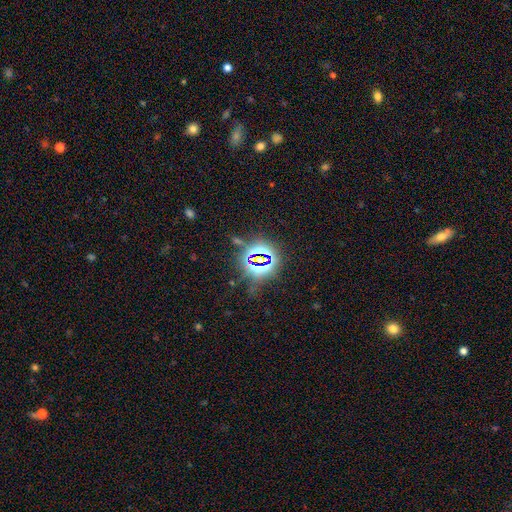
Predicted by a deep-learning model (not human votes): star or artifact 78%, smooth 14%, featured or disk 8%.